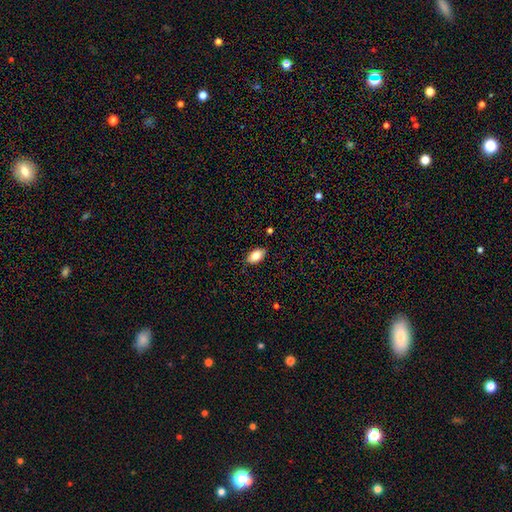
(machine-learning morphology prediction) Smooth or featured?
  - smooth: 82% *
  - featured or disk: 11%
  - star or artifact: 8%
How rounded?
  - in between: 92% *
  - round: 6%
  - cigar-shaped: 3%
Merging?
  - none: 86% *
  - minor disturbance: 11%
  - major disturbance: 2%
  - merger: 1%